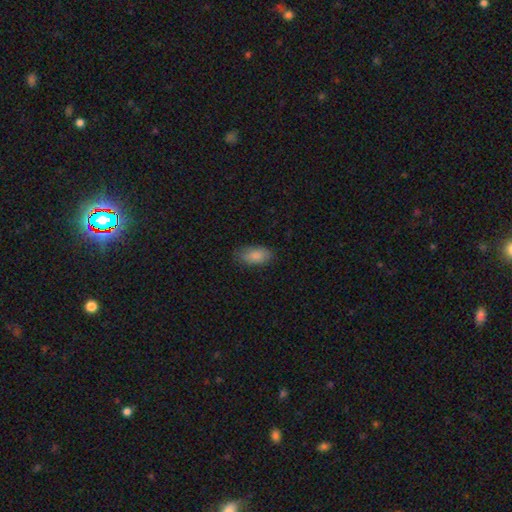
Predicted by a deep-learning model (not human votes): Q: Smooth or featured?
A: smooth (87%); runner-up: featured or disk (7%)
Q: How rounded?
A: in between (93%); runner-up: cigar-shaped (4%)
Q: Merging?
A: none (79%); runner-up: minor disturbance (16%)